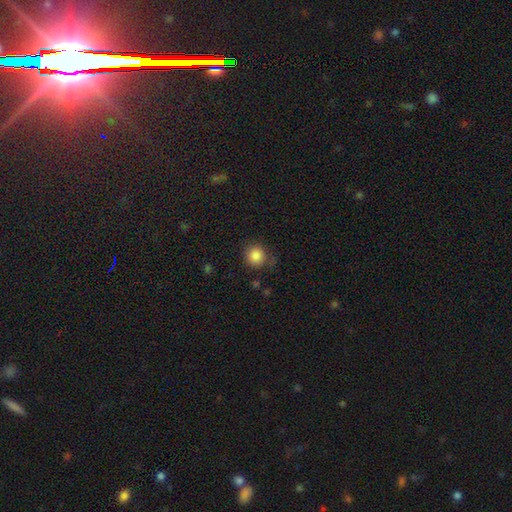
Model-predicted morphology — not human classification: smooth_or_featured: smooth (p=0.85) [alt: star or artifact p=0.10]
how_rounded: round (p=0.90) [alt: in between p=0.09]
merging: none (p=0.78) [alt: minor disturbance p=0.15]